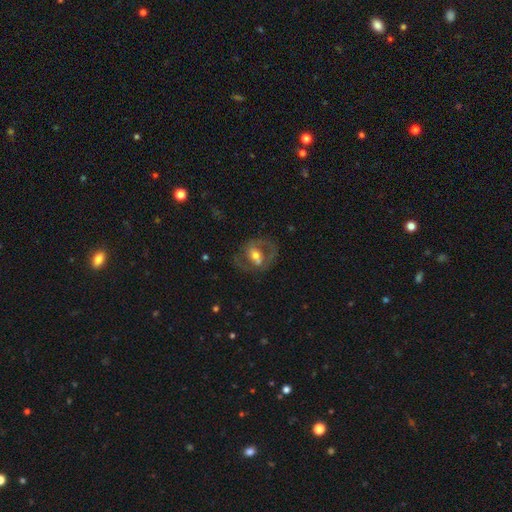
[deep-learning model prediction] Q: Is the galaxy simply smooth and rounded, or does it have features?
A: featured or disk — 59%.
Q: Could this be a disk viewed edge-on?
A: no — 94%.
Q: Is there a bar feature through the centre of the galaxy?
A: no — 48%.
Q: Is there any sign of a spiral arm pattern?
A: no — 60%.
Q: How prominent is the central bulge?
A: moderate — 67%.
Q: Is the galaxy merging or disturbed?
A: none — 58%.